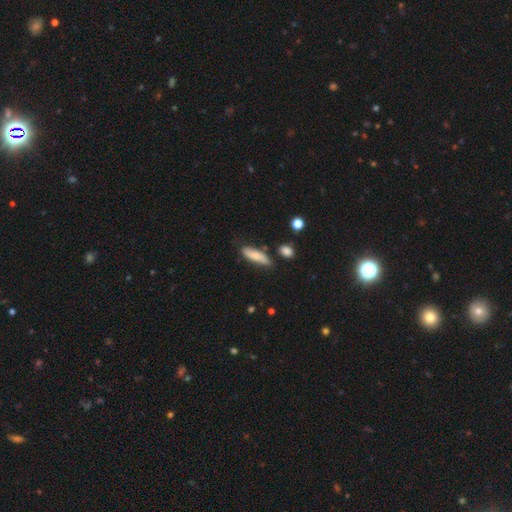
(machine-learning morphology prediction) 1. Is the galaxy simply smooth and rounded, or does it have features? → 75% smooth, 19% featured or disk, 7% star or artifact.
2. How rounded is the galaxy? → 53% cigar-shaped, 44% in between, 2% round.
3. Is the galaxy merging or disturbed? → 72% none, 18% minor disturbance, 6% merger, 4% major disturbance.